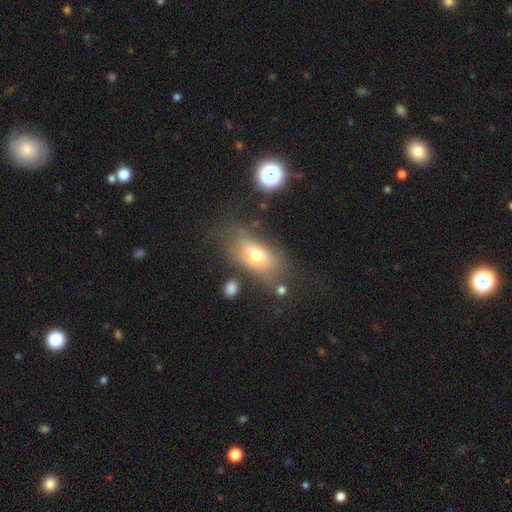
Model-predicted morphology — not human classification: This is likely a smooth galaxy (65%). How rounded: clearly in between (84%). Merging: possibly none (55%).